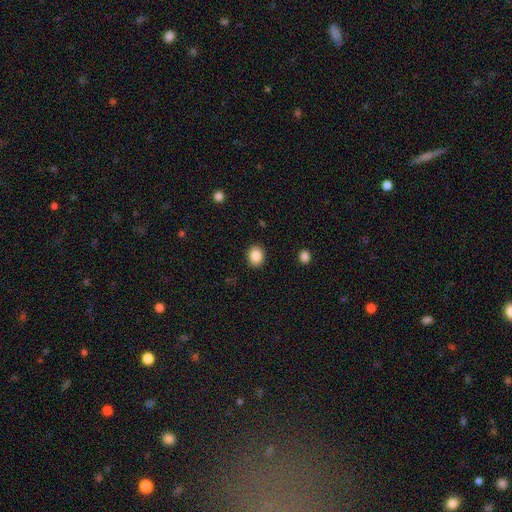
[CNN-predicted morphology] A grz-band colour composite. It shows a smooth galaxy with no disk features (88%) that is round (56%). Merging: none (90%).